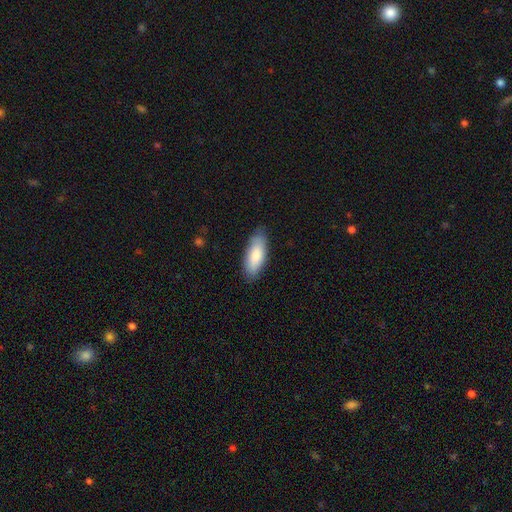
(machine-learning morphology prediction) smooth_or_featured: smooth (p=0.83) [alt: featured or disk p=0.12]
how_rounded: in between (p=0.80) [alt: cigar-shaped p=0.18]
merging: none (p=0.81) [alt: minor disturbance p=0.15]